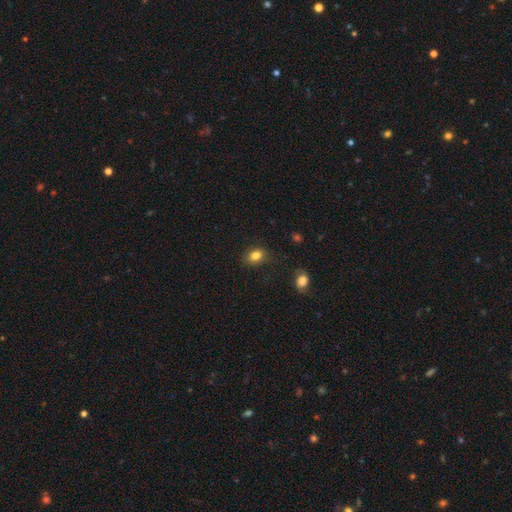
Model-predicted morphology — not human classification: Q: Smooth or featured?
A: smooth (82%); runner-up: star or artifact (11%)
Q: How rounded?
A: in between (67%); runner-up: round (32%)
Q: Merging?
A: none (80%); runner-up: minor disturbance (14%)